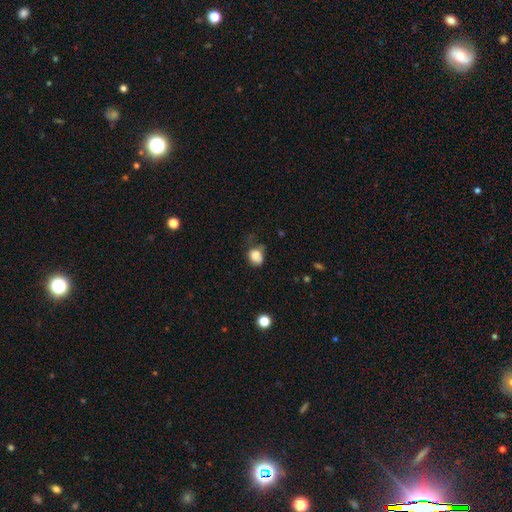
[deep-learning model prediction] Morphology: type=smooth (82%); roundness=round (52%); merging=none (41%).